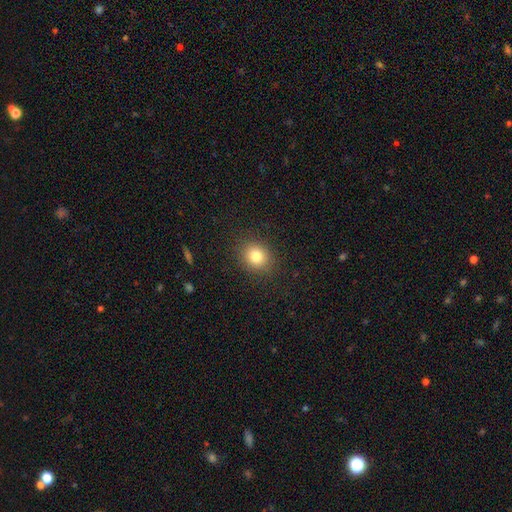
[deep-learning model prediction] Smooth or featured? Predicted: smooth (p=0.81). How rounded? Predicted: round (p=0.78). Merging? Predicted: none (p=0.89).